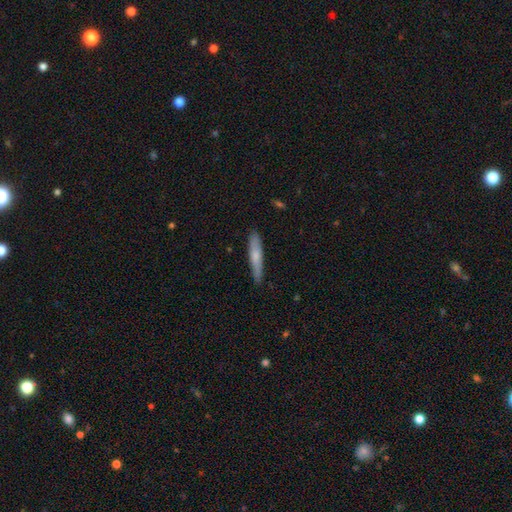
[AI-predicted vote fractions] Smooth or featured: smooth — 66% (featured or disk — 28%)
How rounded: cigar-shaped — 91% (in between — 8%)
Merging: none — 85% (minor disturbance — 12%)